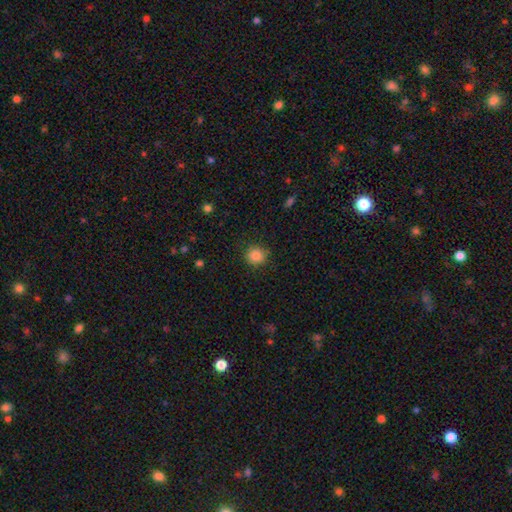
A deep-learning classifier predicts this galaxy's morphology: Overall: smooth (85%). How rounded: round (90%). Merging: none (88%).